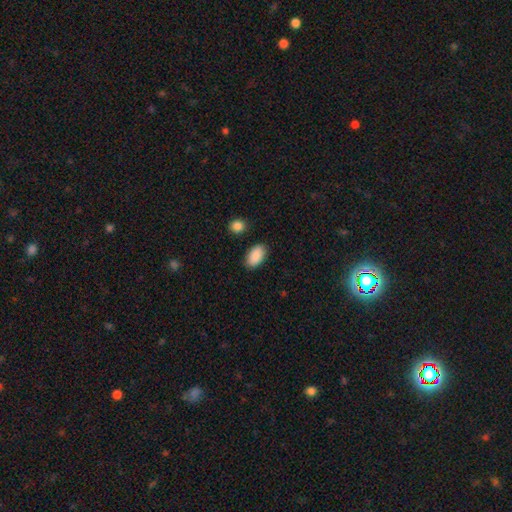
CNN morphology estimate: Smooth or featured? Predicted: smooth (p=0.90). How rounded? Predicted: in between (p=0.94). Merging? Predicted: none (p=0.86).